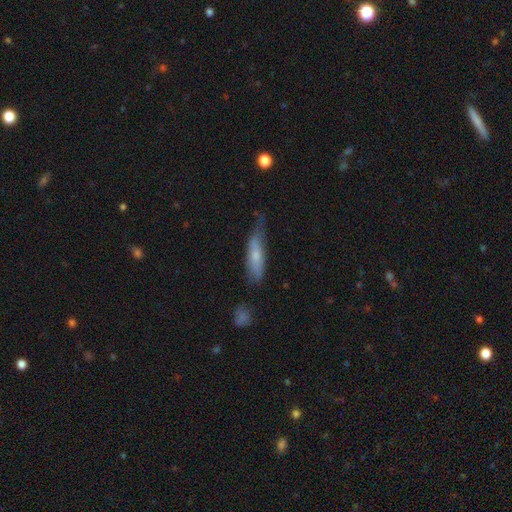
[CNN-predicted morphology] This is likely a smooth galaxy (62%). How rounded: likely cigar-shaped (69%). Merging: possibly none (46%).